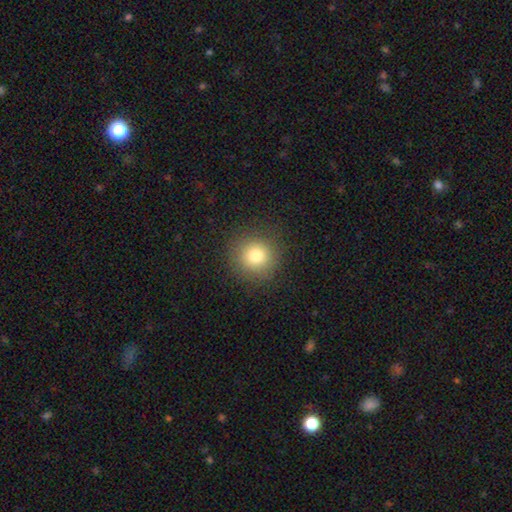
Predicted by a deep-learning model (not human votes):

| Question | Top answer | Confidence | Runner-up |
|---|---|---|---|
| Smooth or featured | smooth | 78% | star or artifact (13%) |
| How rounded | round | 94% | in between (6%) |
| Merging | none | 88% | minor disturbance (7%) |